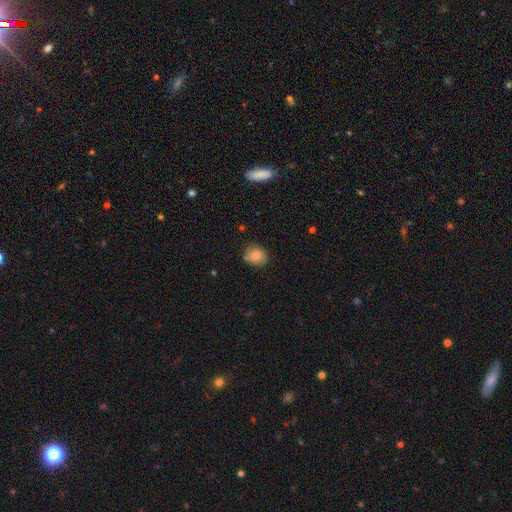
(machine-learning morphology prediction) type=smooth (77%); roundness=round (70%); merging=none (73%).